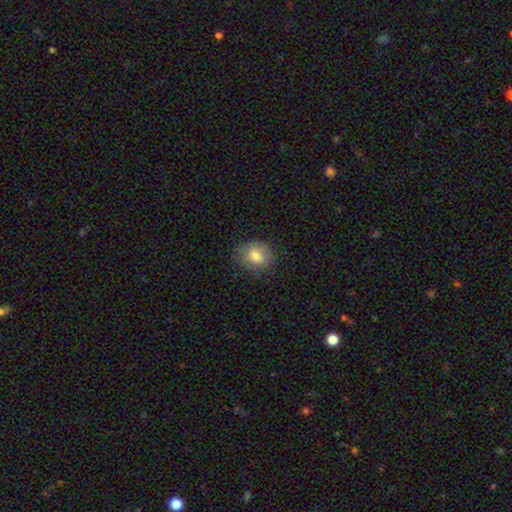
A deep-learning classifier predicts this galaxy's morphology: A smooth galaxy with no disk features (80%) that is round (52%). Merging: none (74%).